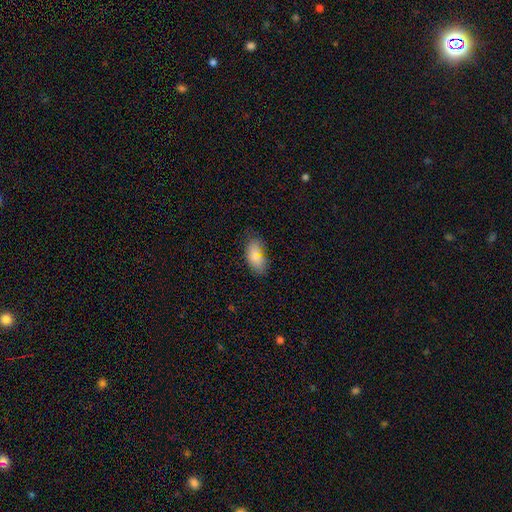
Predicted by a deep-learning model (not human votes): A smooth galaxy with no disk features (80%) that is in between round and cigar-shaped (93%). Merging: none (78%).